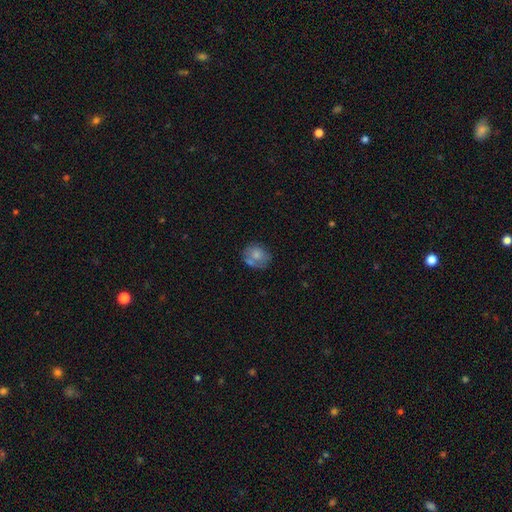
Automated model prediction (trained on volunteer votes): This appears to be a smooth galaxy with no disk features (72%) that is round (62%). Merging: none (55%).